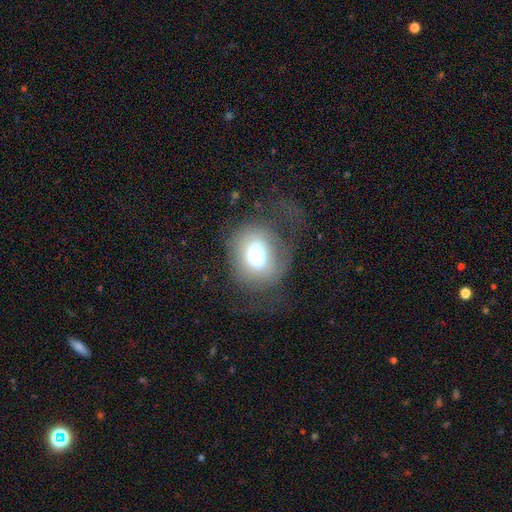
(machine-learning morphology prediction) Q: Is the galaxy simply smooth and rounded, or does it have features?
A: smooth — 65%.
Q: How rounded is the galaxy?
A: round — 70%.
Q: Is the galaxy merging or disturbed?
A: none — 50%.